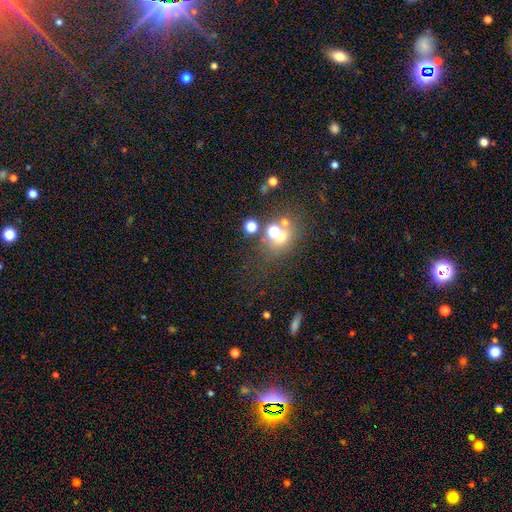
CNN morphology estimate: A star or artifact, not a galaxy (60%).

Vote fractions:
- Smooth or featured? star or artifact: 60% / smooth: 29% / featured or disk: 11%